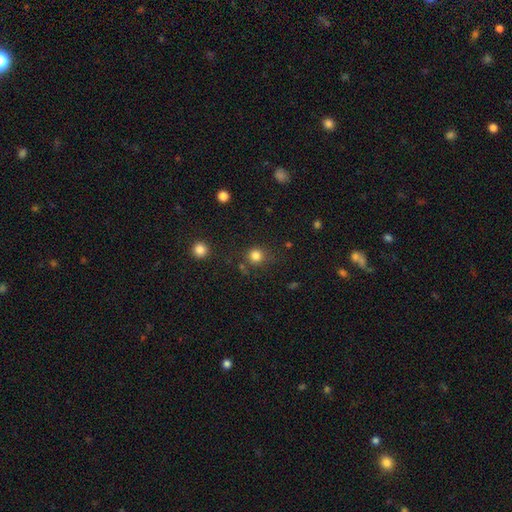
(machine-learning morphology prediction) smooth 82%, star or artifact 14%, featured or disk 5%. Down the decision tree: how rounded — round (91%); merging — none (77%).